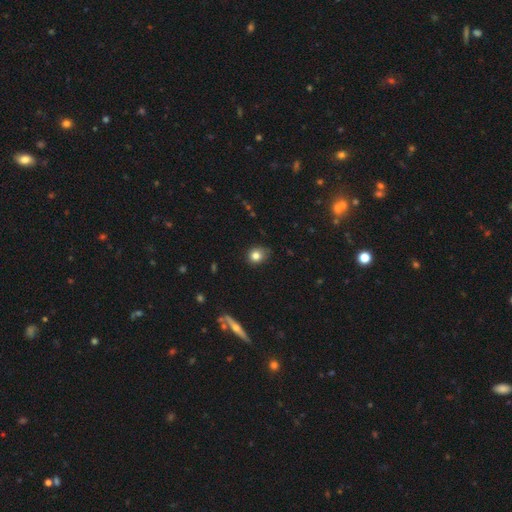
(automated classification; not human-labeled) The model was most divided on "how rounded": round: 73%, in between: 26%, cigar-shaped: 1%. More confident: smooth or featured — smooth (81%); merging — none (76%).